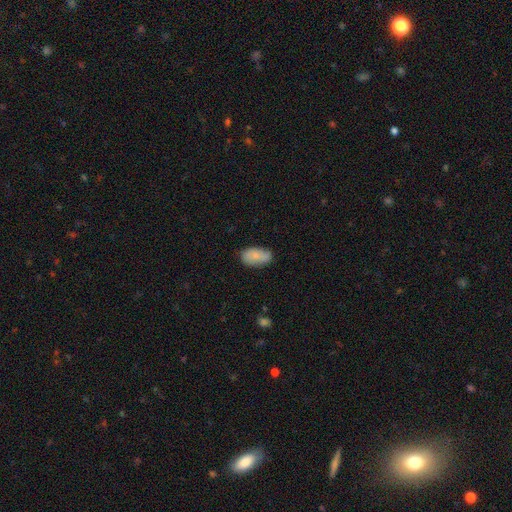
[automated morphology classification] This is likely a smooth galaxy (76%). How rounded: clearly in between (93%). Merging: likely none (73%).